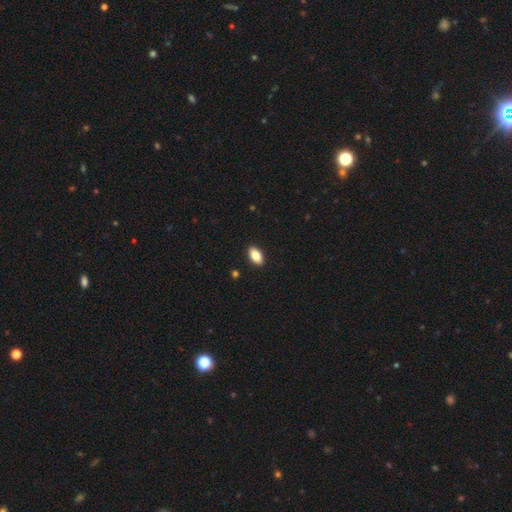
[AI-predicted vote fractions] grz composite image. It shows a smooth galaxy with no disk features (84%) that is in between round and cigar-shaped (92%). Merging: none (91%).